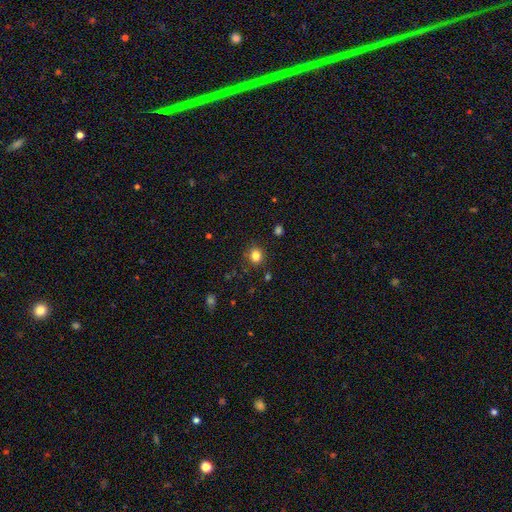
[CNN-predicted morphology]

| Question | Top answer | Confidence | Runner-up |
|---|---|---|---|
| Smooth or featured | smooth | 83% | star or artifact (12%) |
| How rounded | round | 77% | in between (22%) |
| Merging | none | 86% | minor disturbance (10%) |